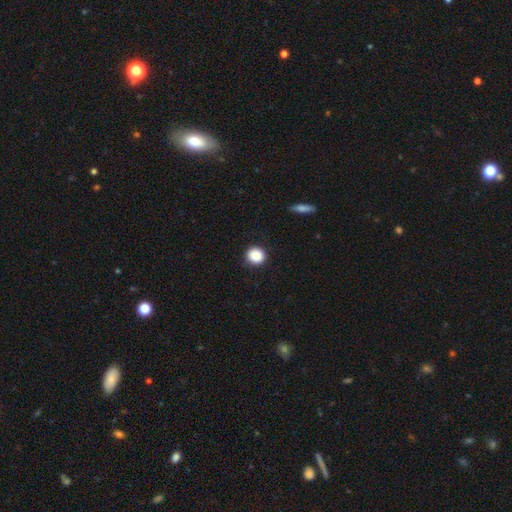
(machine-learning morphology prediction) Smooth or featured?
  - smooth: 88% *
  - star or artifact: 9%
  - featured or disk: 3%
How rounded?
  - round: 89% *
  - in between: 10%
  - cigar-shaped: 1%
Merging?
  - none: 91% *
  - minor disturbance: 6%
  - major disturbance: 2%
  - merger: 1%